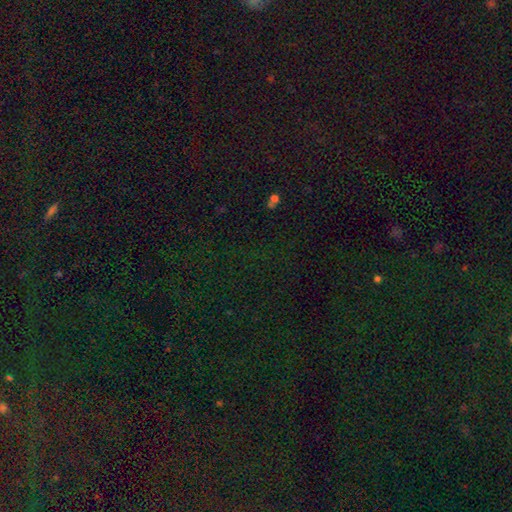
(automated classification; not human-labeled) Smooth or featured?
  - star or artifact: 75% *
  - smooth: 16%
  - featured or disk: 9%